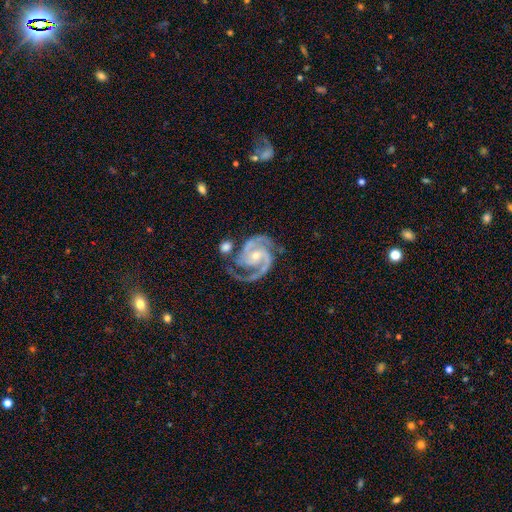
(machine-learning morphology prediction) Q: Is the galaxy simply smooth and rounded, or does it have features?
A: featured or disk — 93%.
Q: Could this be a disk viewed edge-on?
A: no — 98%.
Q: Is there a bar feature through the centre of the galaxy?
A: no — 51%.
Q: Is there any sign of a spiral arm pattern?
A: yes — 99%.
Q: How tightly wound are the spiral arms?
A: medium — 53%.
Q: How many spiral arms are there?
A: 2 — 73%.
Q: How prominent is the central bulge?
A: small — 58%.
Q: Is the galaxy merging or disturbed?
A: none — 59%.